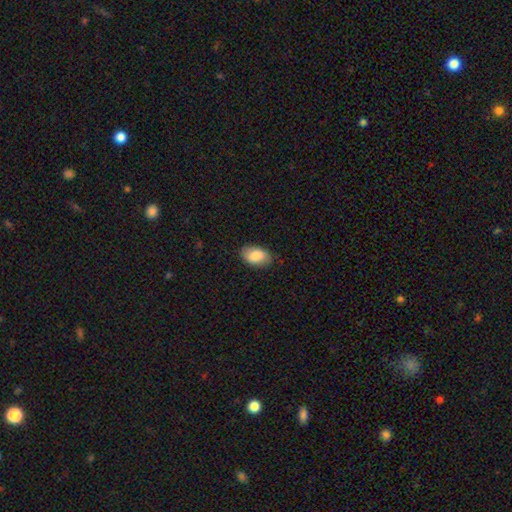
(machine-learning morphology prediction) Overall: smooth (86%). How rounded: in between (92%). Merging: none (84%).